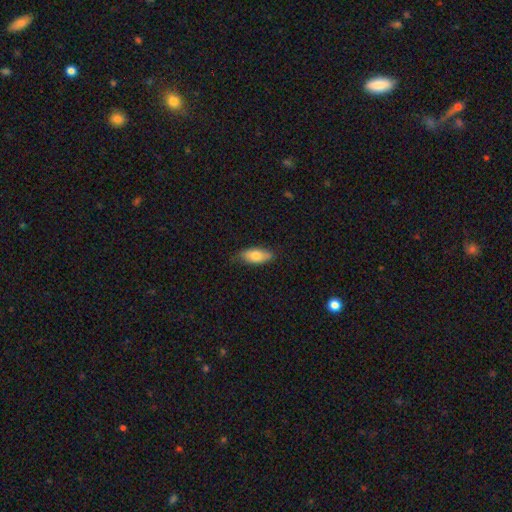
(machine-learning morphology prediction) A smooth galaxy with no disk features (76%) that is in between round and cigar-shaped (84%). Merging: none (80%).